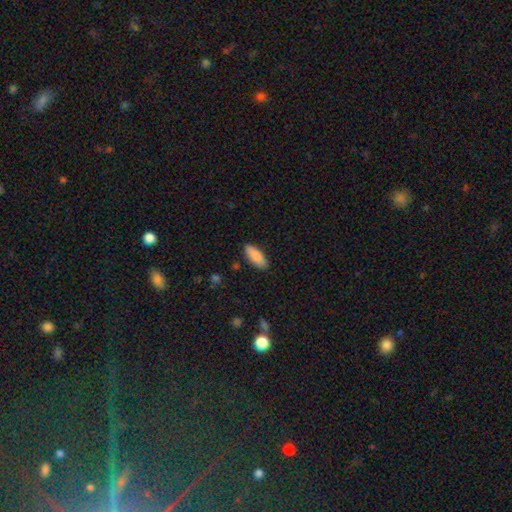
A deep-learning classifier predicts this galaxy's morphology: This appears to be a smooth galaxy with no disk features (86%) that is in between round and cigar-shaped (73%). Merging: none (88%).